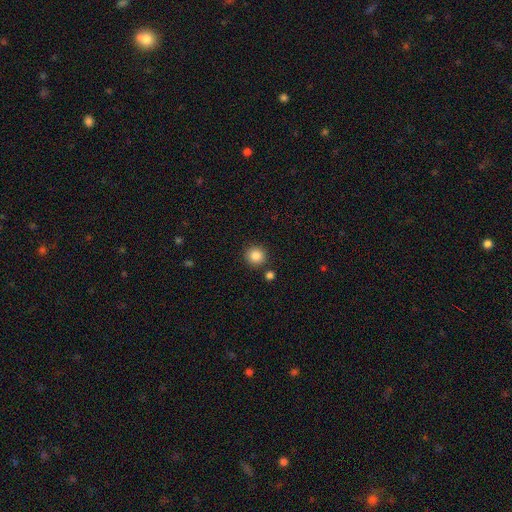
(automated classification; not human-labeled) smooth_or_featured: smooth (p=0.86) [alt: star or artifact p=0.10]
how_rounded: round (p=0.93) [alt: in between p=0.06]
merging: none (p=0.87) [alt: minor disturbance p=0.06]